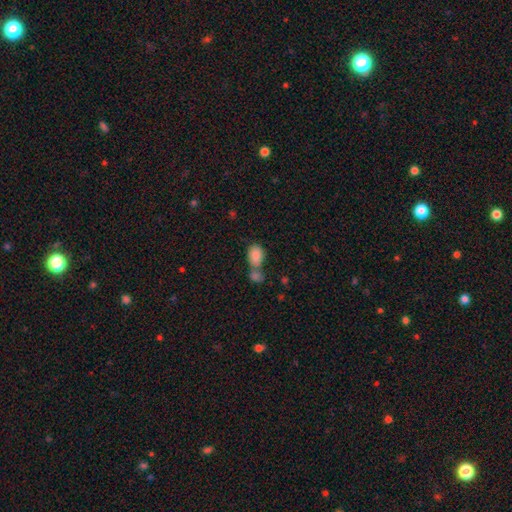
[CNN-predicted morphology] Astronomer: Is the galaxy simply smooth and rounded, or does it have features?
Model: smooth — 86%.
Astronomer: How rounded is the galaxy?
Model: in between — 83%.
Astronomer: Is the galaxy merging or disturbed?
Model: merger — 52% (runner-up: none, 33%).